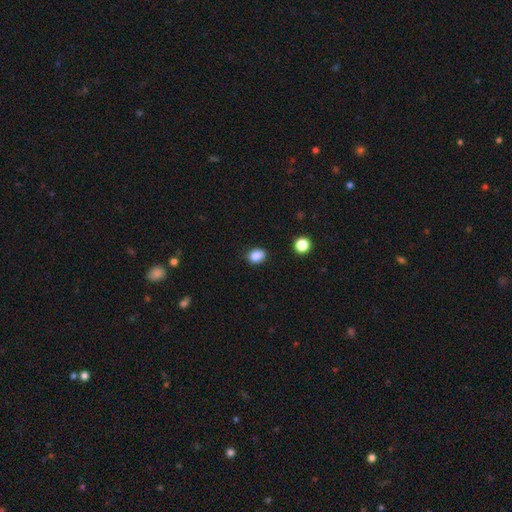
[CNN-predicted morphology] smooth 86%, star or artifact 11%, featured or disk 4%. Down the decision tree: how rounded — in between (55%); merging — none (85%).